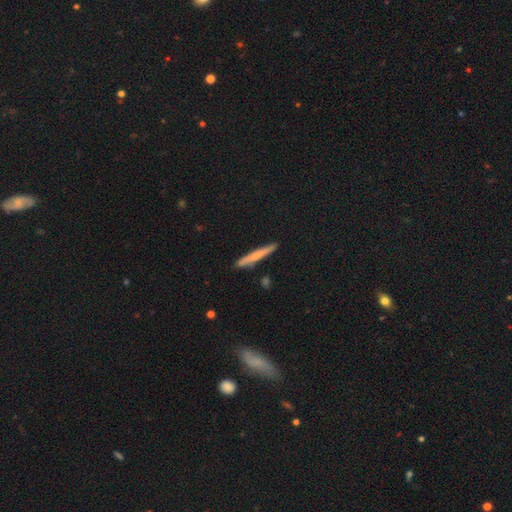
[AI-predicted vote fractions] smooth 60%, featured or disk 33%, star or artifact 6%. Down the decision tree: how rounded — cigar-shaped (96%); merging — none (87%).